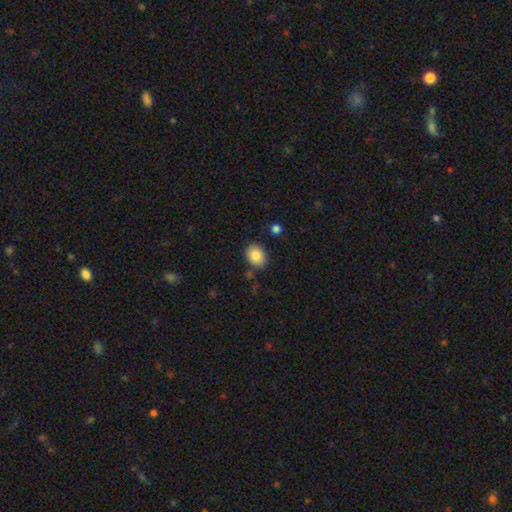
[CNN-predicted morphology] This appears to be a smooth galaxy with no disk features (86%) that is in between round and cigar-shaped (63%). Merging: none (83%).